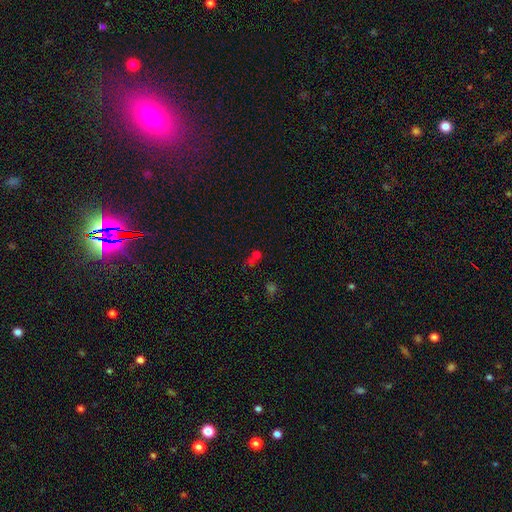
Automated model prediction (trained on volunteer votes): Smooth or featured?
  - smooth: 50% *
  - star or artifact: 37%
  - featured or disk: 13%
How rounded?
  - round: 69% *
  - in between: 28%
  - cigar-shaped: 2%
Merging?
  - merger: 48% *
  - none: 37%
  - minor disturbance: 9%
  - major disturbance: 7%